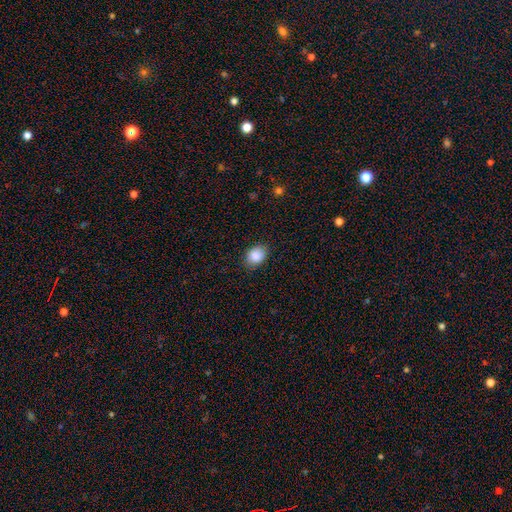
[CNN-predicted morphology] A smooth galaxy with no disk features (88%) that is in between round and cigar-shaped (64%).

Vote fractions:
- Smooth or featured? smooth: 88% / star or artifact: 8% / featured or disk: 4%
- How rounded? in between: 64% / round: 35% / cigar-shaped: 1%
- Merging? none: 86% / minor disturbance: 11% / major disturbance: 2% / merger: 1%